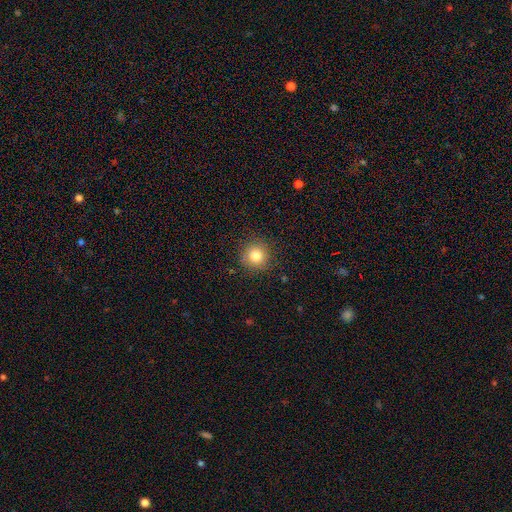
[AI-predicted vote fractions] smooth 82%, star or artifact 11%, featured or disk 7%. Down the decision tree: how rounded — round (93%); merging — none (87%).